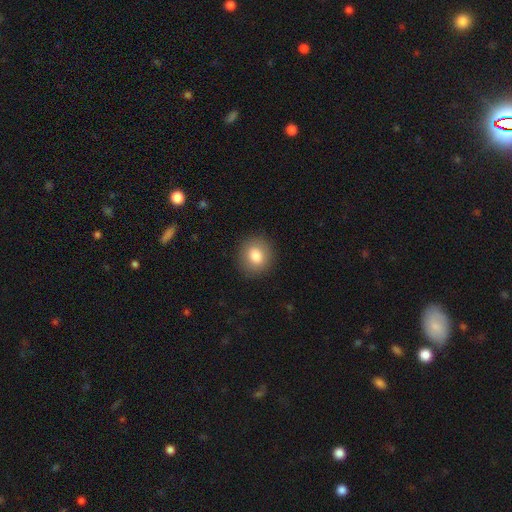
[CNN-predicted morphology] smooth-or-featured: smooth: 82% | featured or disk: 9% | star or artifact: 9%
  how-rounded: round: 81% | in between: 18% | cigar-shaped: 1%
  merging: none: 90% | minor disturbance: 7% | major disturbance: 2% | merger: 1%